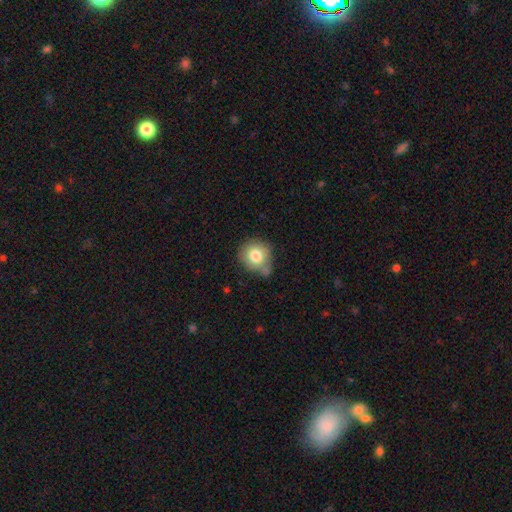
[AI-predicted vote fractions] Smooth or featured: smooth — 79% (featured or disk — 12%)
How rounded: round — 85% (in between — 14%)
Merging: none — 57% (minor disturbance — 25%)